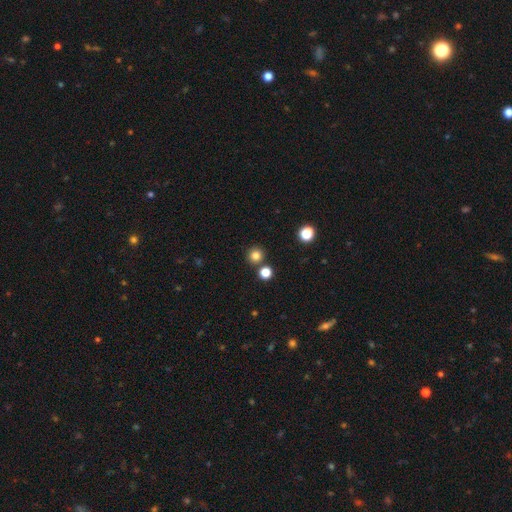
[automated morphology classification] Smooth or featured? Predicted: smooth (p=0.82). How rounded? Predicted: round (p=0.94). Merging? Predicted: none (p=0.83).